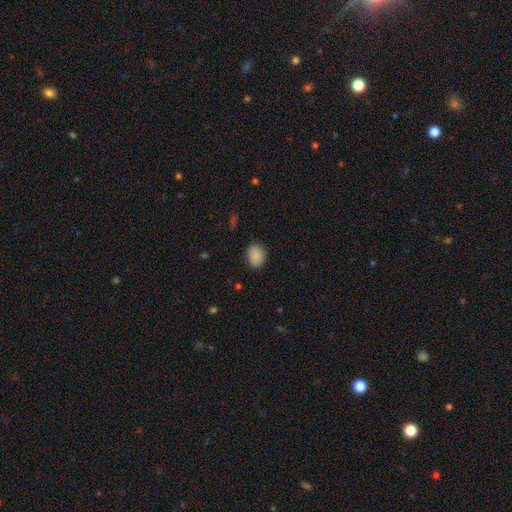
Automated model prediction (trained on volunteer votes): Overall: smooth (89%). How rounded: in between (63%; round 36%). Merging: none (85%).